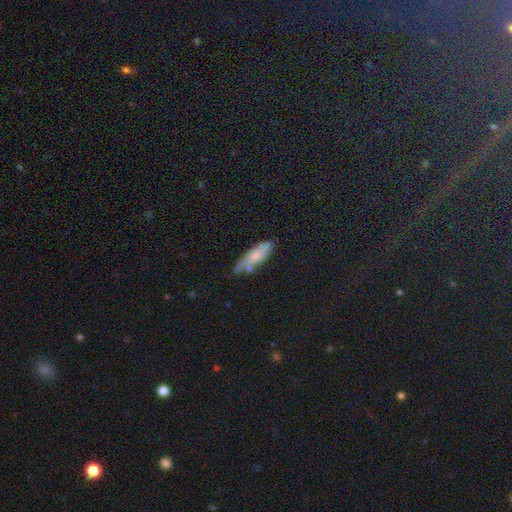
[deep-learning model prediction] Overall: smooth (62%; featured or disk 28%). How rounded: in between (49%, tied with cigar-shaped). Merging: none (54%; minor disturbance 31%).